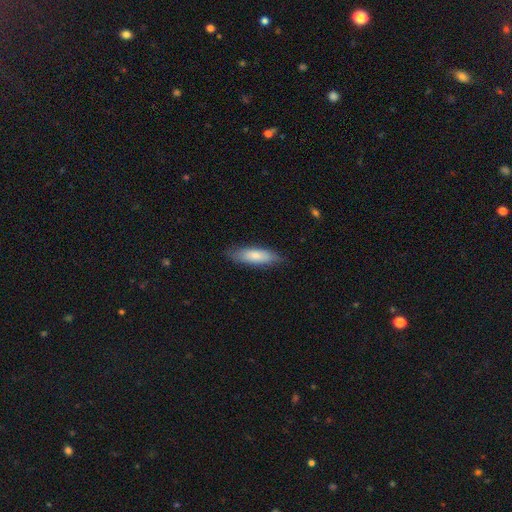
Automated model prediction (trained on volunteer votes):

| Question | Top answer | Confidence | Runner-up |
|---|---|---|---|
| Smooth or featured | smooth | 77% | featured or disk (18%) |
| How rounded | cigar-shaped | 53% | in between (45%) |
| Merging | none | 79% | minor disturbance (16%) |